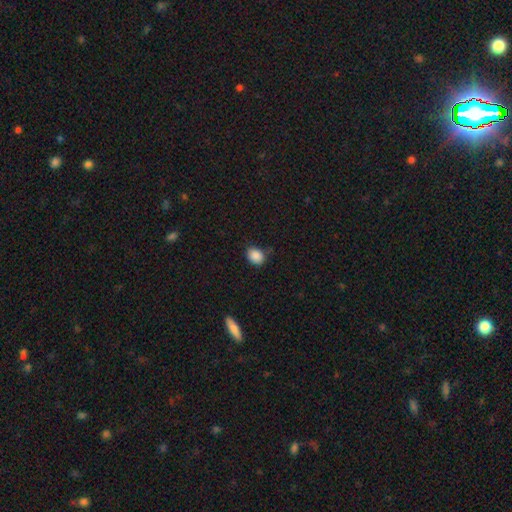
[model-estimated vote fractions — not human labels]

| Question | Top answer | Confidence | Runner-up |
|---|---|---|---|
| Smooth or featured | smooth | 88% | star or artifact (9%) |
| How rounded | in between | 58% | round (41%) |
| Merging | none | 76% | minor disturbance (18%) |